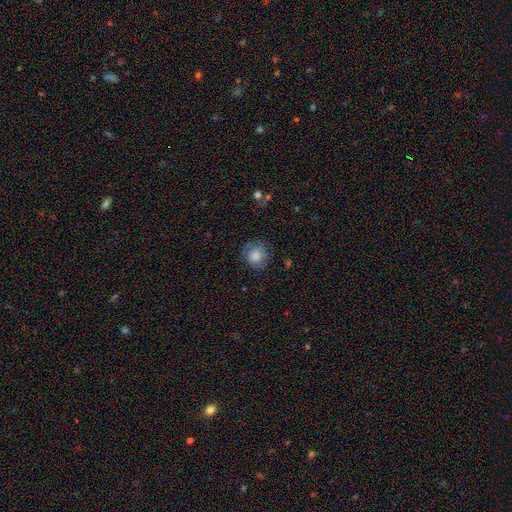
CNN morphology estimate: Smooth or featured?
  - smooth: 70% *
  - featured or disk: 21%
  - star or artifact: 9%
How rounded?
  - round: 85% *
  - in between: 14%
  - cigar-shaped: 1%
Merging?
  - none: 74% *
  - minor disturbance: 18%
  - major disturbance: 7%
  - merger: 1%